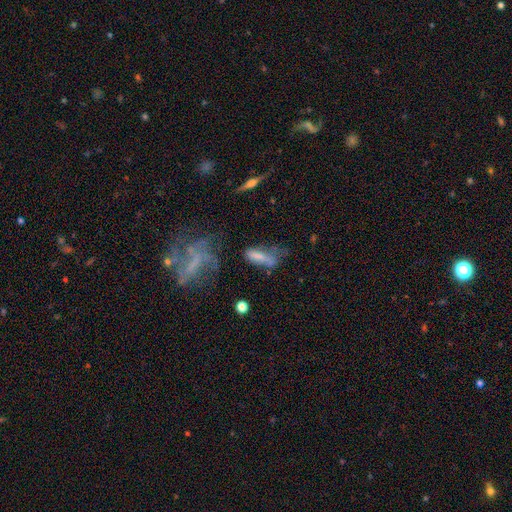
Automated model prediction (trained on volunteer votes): Q: Smooth or featured?
A: smooth (51%); runner-up: featured or disk (34%)
Q: How rounded?
A: in between (49%); runner-up: cigar-shaped (47%)
Q: Merging?
A: none (46%); runner-up: minor disturbance (26%)